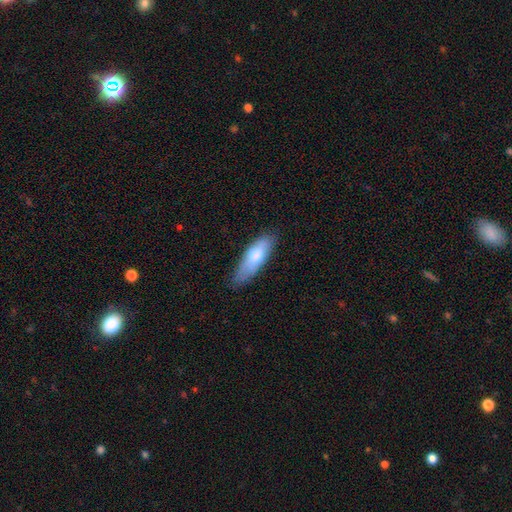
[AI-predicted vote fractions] Overall: smooth (72%). How rounded: in between (56%; cigar-shaped 42%). Merging: none (73%).